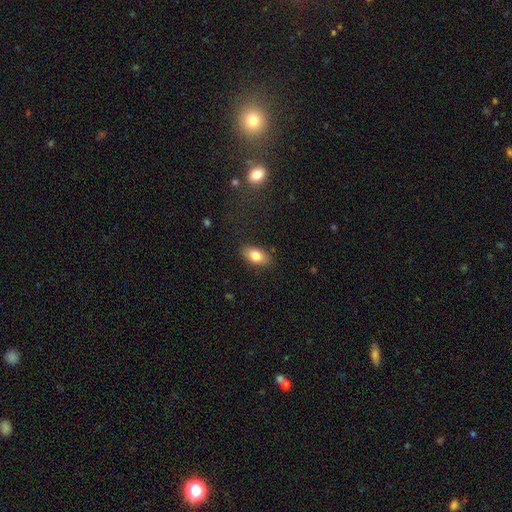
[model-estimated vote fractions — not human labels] Smooth or featured?
  - smooth: 79% *
  - featured or disk: 14%
  - star or artifact: 8%
How rounded?
  - in between: 89% *
  - round: 7%
  - cigar-shaped: 5%
Merging?
  - none: 85% *
  - minor disturbance: 11%
  - major disturbance: 3%
  - merger: 1%